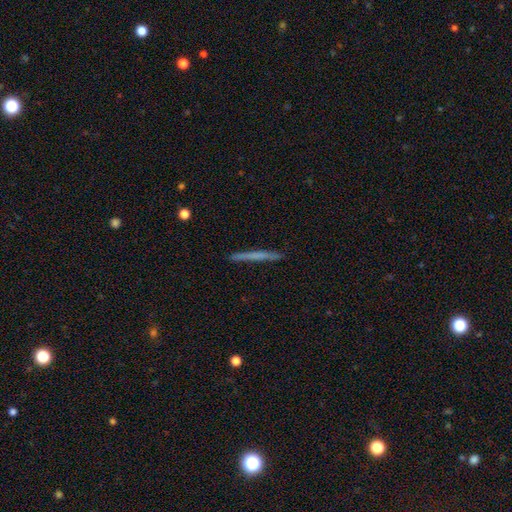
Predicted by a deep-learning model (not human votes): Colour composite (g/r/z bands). It shows a smooth galaxy with no disk features (53%) that is cigar-shaped (97%). Merging: none (91%).